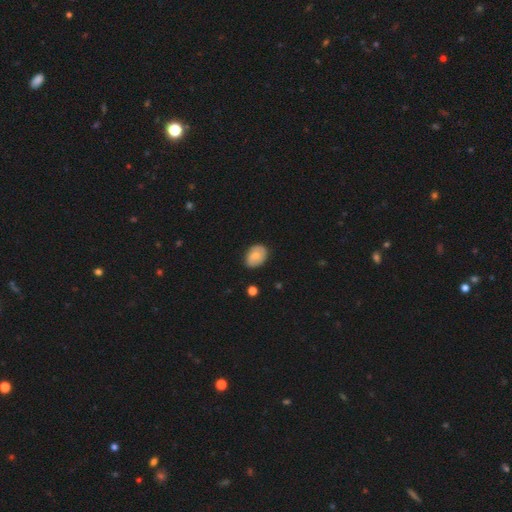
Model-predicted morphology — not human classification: Smooth or featured? Predicted: smooth (p=0.60). How rounded? Predicted: in between (p=0.71). Merging? Predicted: none (p=0.77).